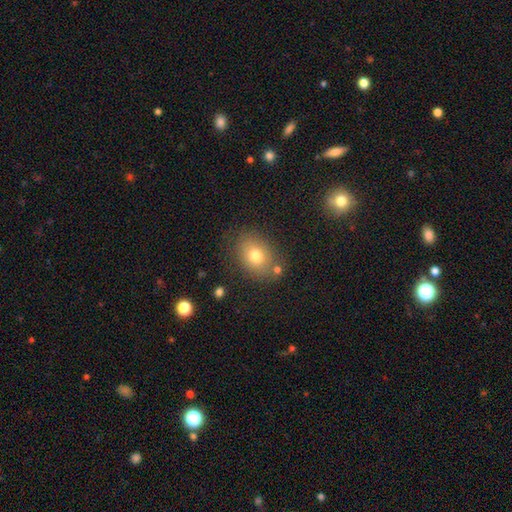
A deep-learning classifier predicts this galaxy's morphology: Q: Smooth or featured?
A: smooth (73%); runner-up: featured or disk (16%)
Q: How rounded?
A: in between (69%); runner-up: round (30%)
Q: Merging?
A: none (74%); runner-up: minor disturbance (15%)